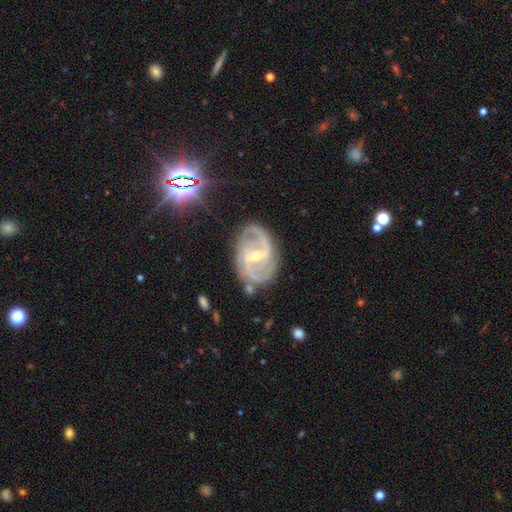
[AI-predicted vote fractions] Smooth or featured?
  - featured or disk: 89% *
  - star or artifact: 6%
  - smooth: 5%
Edge-on disk?
  - no: 97% *
  - yes: 3%
Bar?
  - weak: 45% *
  - strong: 38%
  - no: 18%
Spiral arms?
  - yes: 97% *
  - no: 3%
Spiral winding?
  - medium: 52% *
  - tight: 27%
  - loose: 20%
Spiral arm count?
  - 2: 79% *
  - 3: 8%
  - can't tell: 6%
  - 4: 2%
  - 1: 2%
  - more than 4: 2%
Bulge size?
  - small: 63% *
  - moderate: 33%
  - none: 1%
  - large: 1%
  - dominant: 1%
Merging?
  - none: 76% *
  - minor disturbance: 17%
  - major disturbance: 5%
  - merger: 2%